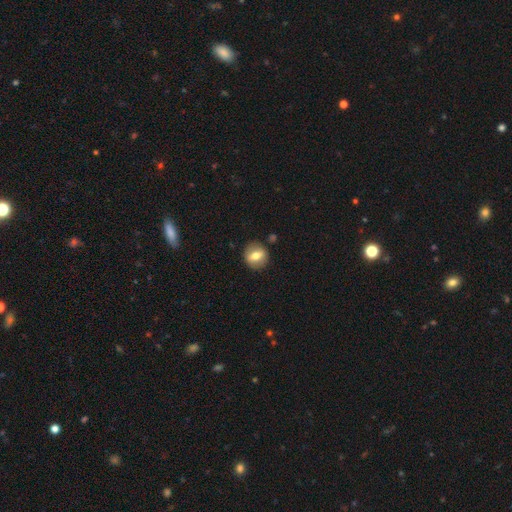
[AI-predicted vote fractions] Smooth or featured: smooth — 59% (featured or disk — 33%)
How rounded: round — 75% (in between — 23%)
Merging: none — 85% (minor disturbance — 9%)